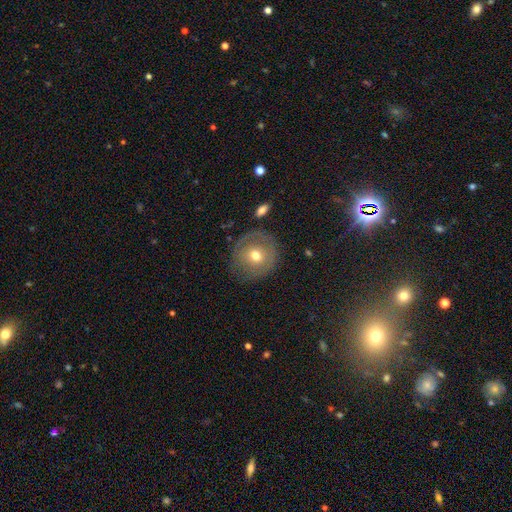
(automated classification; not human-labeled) Smooth or featured? Predicted: smooth (p=0.56). How rounded? Predicted: round (p=0.88). Merging? Predicted: none (p=0.77).